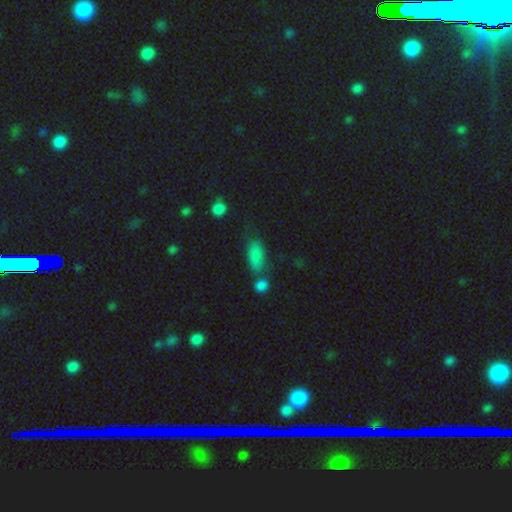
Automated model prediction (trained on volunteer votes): Smooth or featured? smooth (81%)
How rounded? in between (80%)
Merging? none (57%)